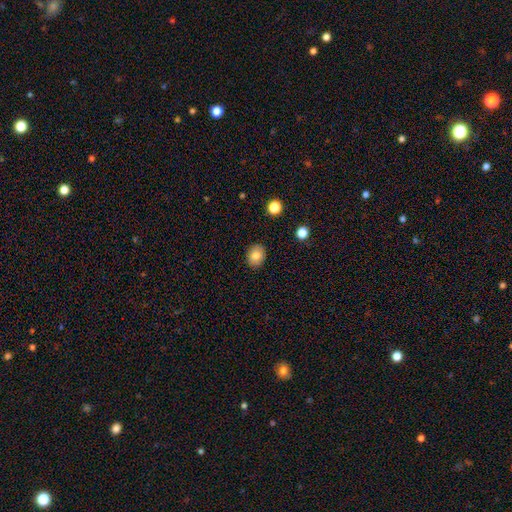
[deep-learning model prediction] A smooth galaxy with no disk features (83%) that is in between round and cigar-shaped (58%).

Vote fractions:
- Smooth or featured? smooth: 83% / star or artifact: 9% / featured or disk: 8%
- How rounded? in between: 58% / round: 41% / cigar-shaped: 1%
- Merging? none: 88% / minor disturbance: 8% / major disturbance: 2% / merger: 1%